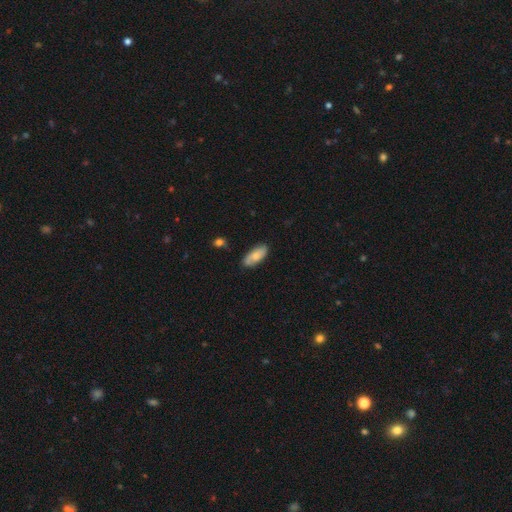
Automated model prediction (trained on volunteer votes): A smooth galaxy with no disk features (66%) that is in between round and cigar-shaped (85%).

Vote fractions:
- Smooth or featured? smooth: 66% / featured or disk: 28% / star or artifact: 6%
- How rounded? in between: 85% / cigar-shaped: 12% / round: 2%
- Merging? none: 79% / minor disturbance: 17% / major disturbance: 3% / merger: 2%